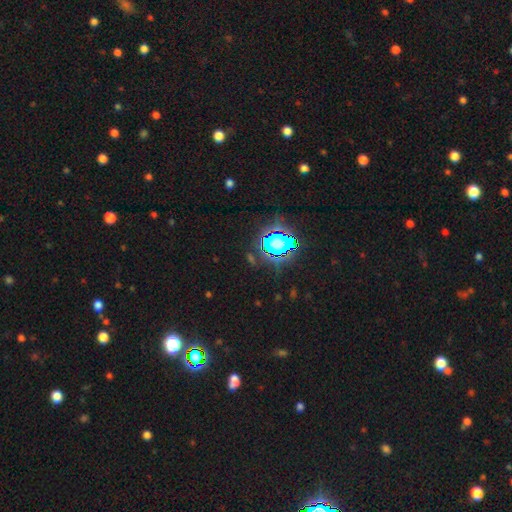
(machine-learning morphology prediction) Smooth or featured?
  - star or artifact: 76% *
  - smooth: 15%
  - featured or disk: 9%